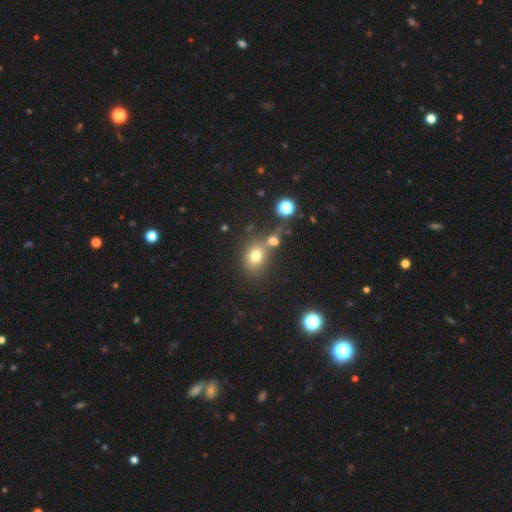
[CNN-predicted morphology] smooth 74%, star or artifact 15%, featured or disk 11%. Down the decision tree: how rounded — round (53%); merging — none (57%).